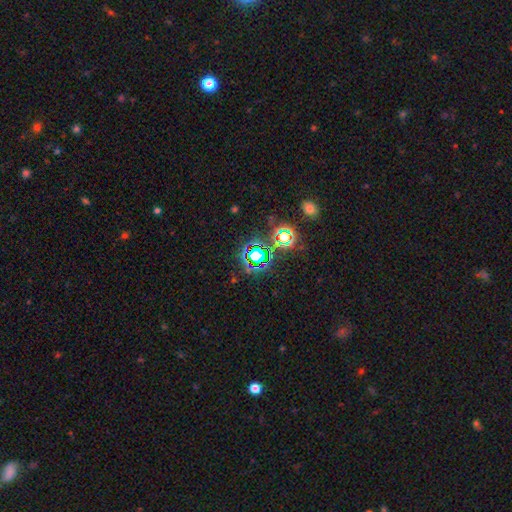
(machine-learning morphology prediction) The model was most divided on "smooth or featured": star or artifact: 74%, smooth: 15%, featured or disk: 10%.